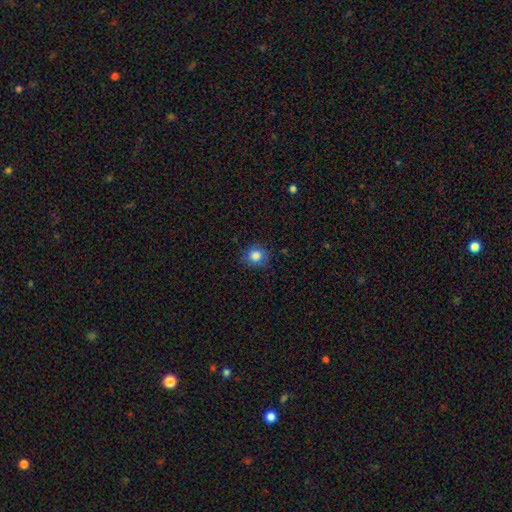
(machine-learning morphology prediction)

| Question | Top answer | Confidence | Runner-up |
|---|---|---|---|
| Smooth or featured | smooth | 83% | star or artifact (11%) |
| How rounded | round | 82% | in between (17%) |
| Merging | none | 80% | minor disturbance (15%) |